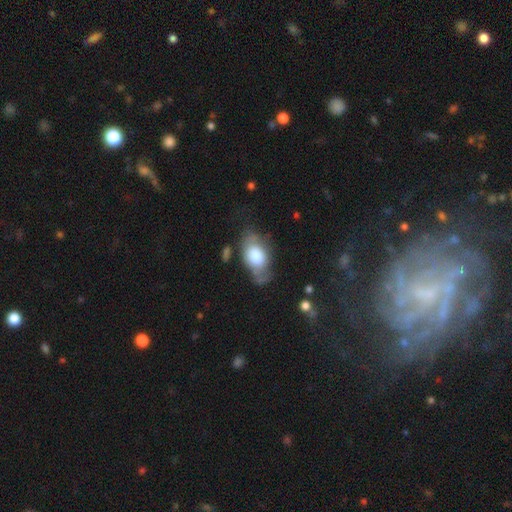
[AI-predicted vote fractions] smooth-or-featured: smooth: 68% | featured or disk: 26% | star or artifact: 6%
  how-rounded: in between: 89% | round: 9% | cigar-shaped: 2%
  merging: none: 48% | minor disturbance: 31% | major disturbance: 16% | merger: 5%